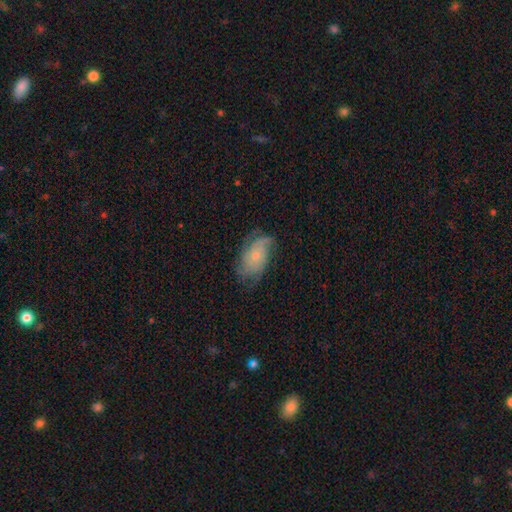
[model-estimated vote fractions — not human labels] This appears to be a featured or disk galaxy (64%) with no bar (82%), medium (37%, tied with tight) spiral arms (88%) and a small central bulge (67%). Merging: none (63%).